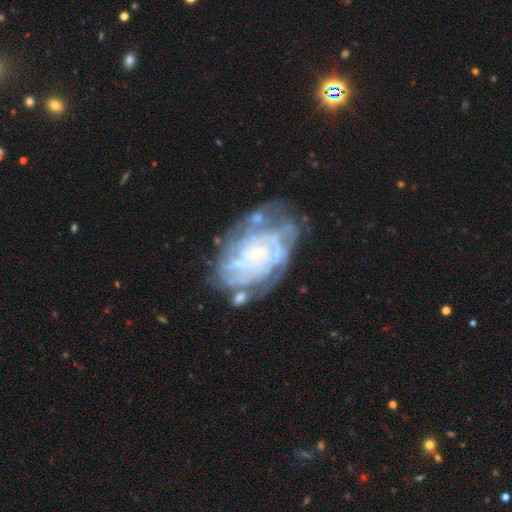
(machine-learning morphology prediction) featured or disk 84%, smooth 9%, star or artifact 7%. Down the decision tree: edge-on disk — no (97%); bar — no (77%); spiral arms — yes (89%); spiral arm count — can't tell (45%); spiral winding — tight (74%); bulge size — small (82%); merging — none (59%).